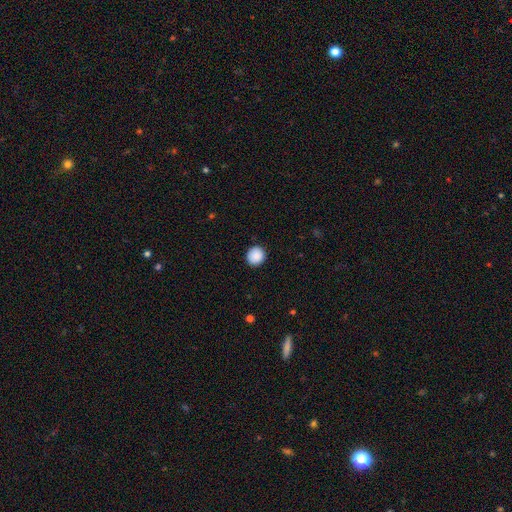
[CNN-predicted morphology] smooth 89%, star or artifact 8%, featured or disk 3%. Down the decision tree: how rounded — round (91%); merging — none (91%).